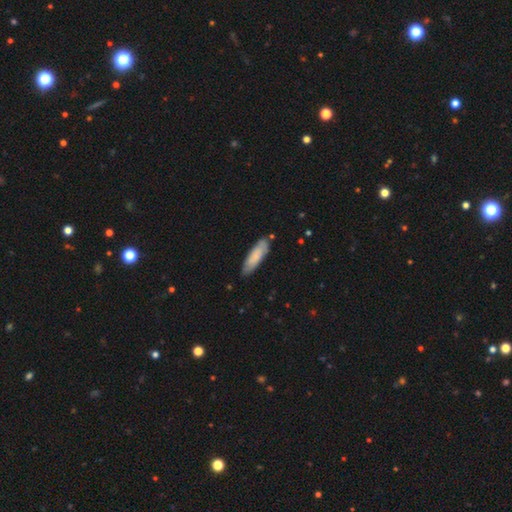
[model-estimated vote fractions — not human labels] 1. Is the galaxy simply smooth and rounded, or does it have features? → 78% smooth, 16% featured or disk, 6% star or artifact.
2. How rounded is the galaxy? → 59% cigar-shaped, 40% in between, 1% round.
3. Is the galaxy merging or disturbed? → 79% none, 17% minor disturbance, 3% major disturbance, 2% merger.